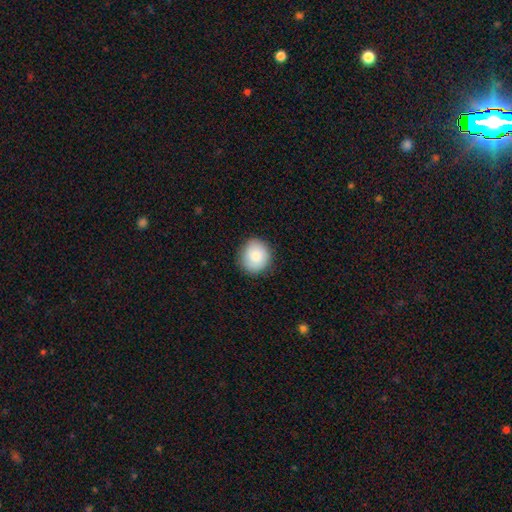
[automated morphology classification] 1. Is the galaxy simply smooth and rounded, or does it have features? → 83% smooth, 9% featured or disk, 7% star or artifact.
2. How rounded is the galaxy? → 88% round, 11% in between, 1% cigar-shaped.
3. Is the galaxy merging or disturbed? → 86% none, 10% minor disturbance, 2% major disturbance, 1% merger.